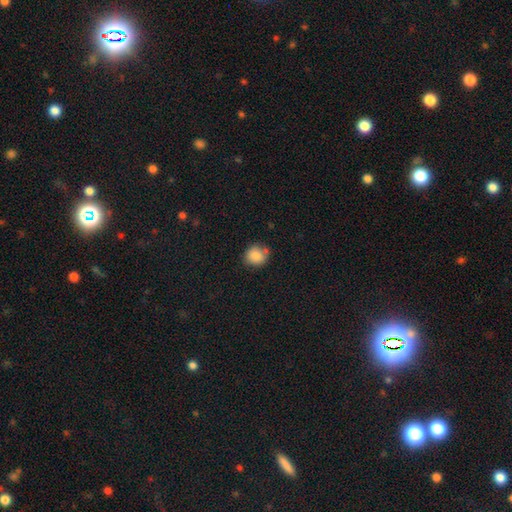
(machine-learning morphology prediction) smooth-or-featured: smooth: 85% | star or artifact: 9% | featured or disk: 6%
  how-rounded: round: 79% | in between: 20% | cigar-shaped: 1%
  merging: none: 71% | minor disturbance: 17% | merger: 9% | major disturbance: 4%